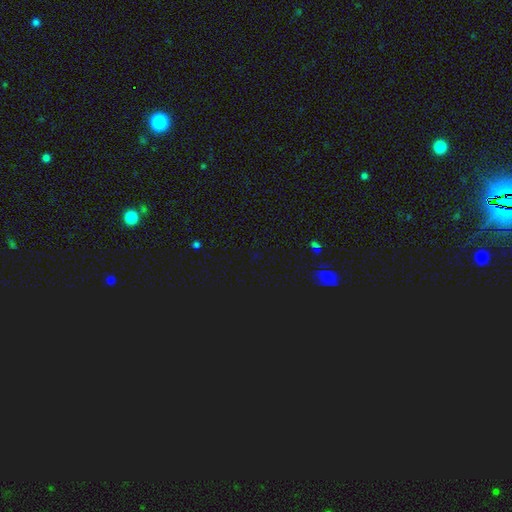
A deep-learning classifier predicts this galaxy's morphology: The model was most divided on "smooth or featured": star or artifact: 74%, smooth: 19%, featured or disk: 7%.